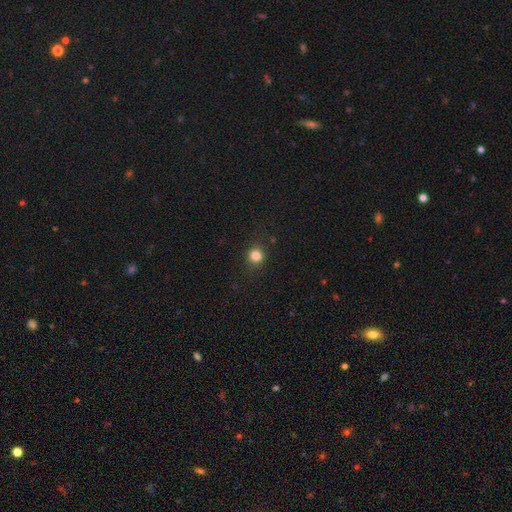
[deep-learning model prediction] Smooth or featured: smooth — 82% (star or artifact — 13%)
How rounded: round — 89% (in between — 10%)
Merging: none — 86% (minor disturbance — 9%)